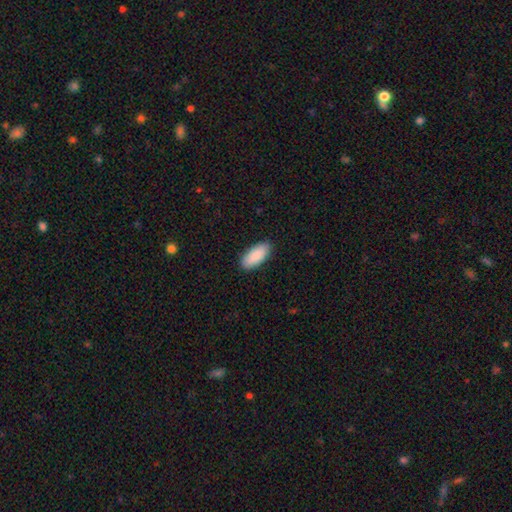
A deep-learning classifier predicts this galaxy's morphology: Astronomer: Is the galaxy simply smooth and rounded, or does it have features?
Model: smooth — 89%.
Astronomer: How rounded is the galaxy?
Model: in between — 89%.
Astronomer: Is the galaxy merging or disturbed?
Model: none — 89%.